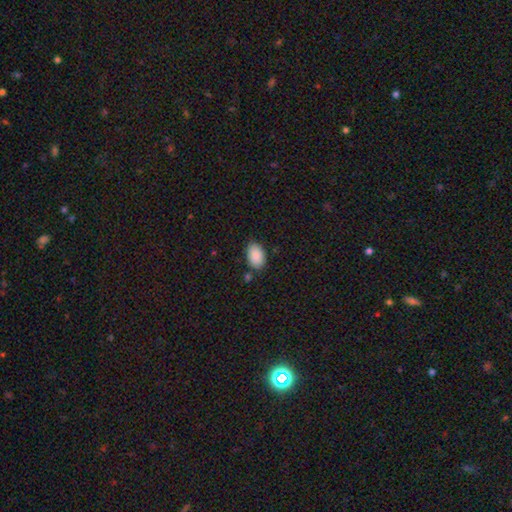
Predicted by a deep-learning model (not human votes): This appears to be a smooth galaxy with no disk features (89%) that is in between round and cigar-shaped (92%). Merging: none (79%).